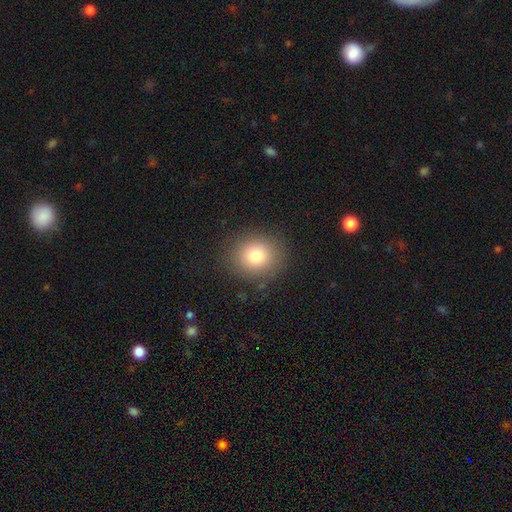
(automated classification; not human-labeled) Smooth or featured: smooth — 79% (star or artifact — 12%)
How rounded: round — 80% (in between — 19%)
Merging: none — 86% (minor disturbance — 9%)